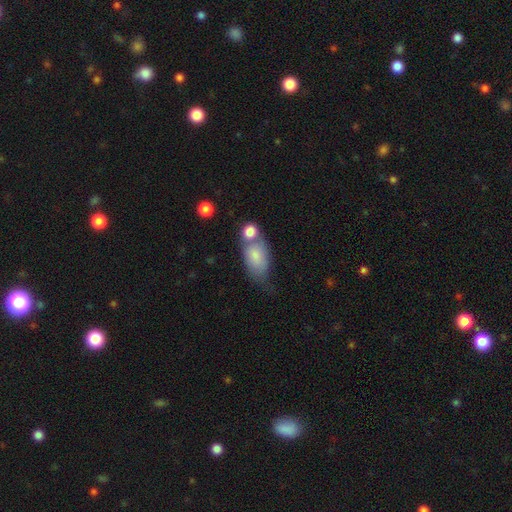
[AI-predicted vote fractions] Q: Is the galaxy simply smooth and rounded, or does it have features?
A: smooth — 79%.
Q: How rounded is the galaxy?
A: in between — 88%.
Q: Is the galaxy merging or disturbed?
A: merger — 44%.